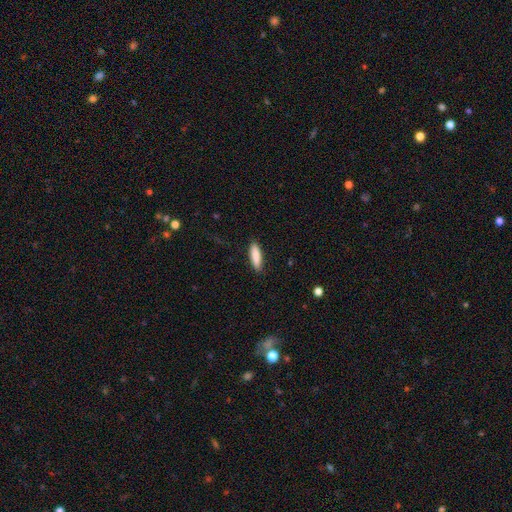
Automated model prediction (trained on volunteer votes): Smooth or featured: smooth — 87% (featured or disk — 7%)
How rounded: cigar-shaped — 62% (in between — 37%)
Merging: none — 88% (minor disturbance — 9%)